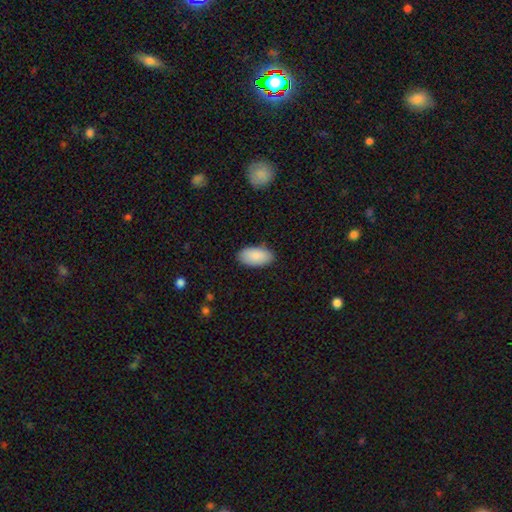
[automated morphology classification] smooth-or-featured: smooth: 90% | star or artifact: 6% | featured or disk: 4%
  how-rounded: in between: 96% | round: 2% | cigar-shaped: 2%
  merging: none: 88% | minor disturbance: 9% | major disturbance: 2% | merger: 1%